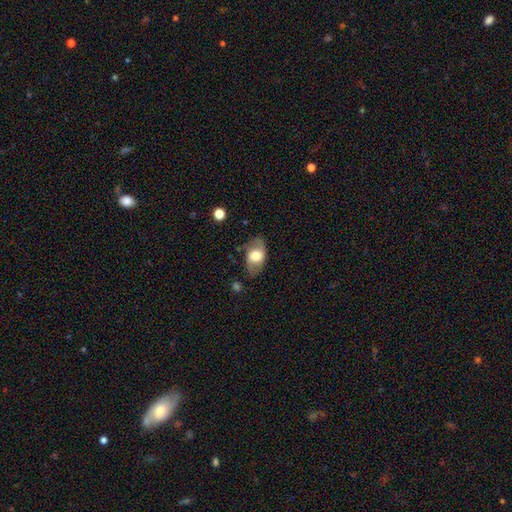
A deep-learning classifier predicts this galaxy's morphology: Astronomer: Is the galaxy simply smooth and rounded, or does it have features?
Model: smooth — 59%.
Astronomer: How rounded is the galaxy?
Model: in between — 88%.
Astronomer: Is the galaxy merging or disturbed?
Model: none — 72%.